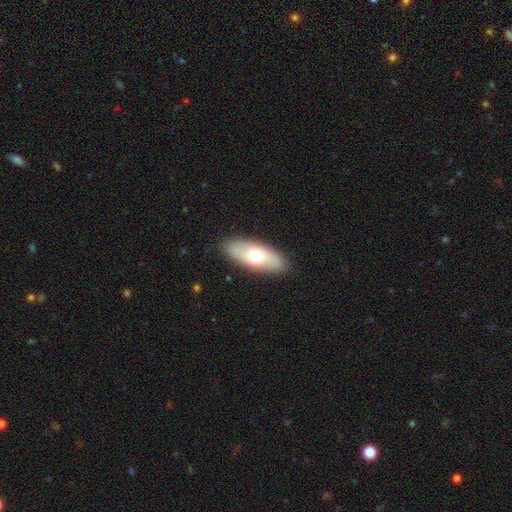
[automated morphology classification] This is likely a smooth galaxy (64%). How rounded: likely in between (80%). Merging: clearly none (88%).